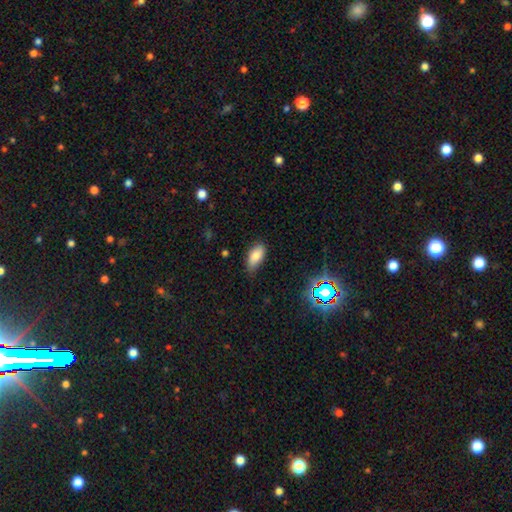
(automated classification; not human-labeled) Q: Smooth or featured?
A: smooth (81%); runner-up: star or artifact (10%)
Q: How rounded?
A: in between (90%); runner-up: cigar-shaped (7%)
Q: Merging?
A: none (72%); runner-up: minor disturbance (23%)